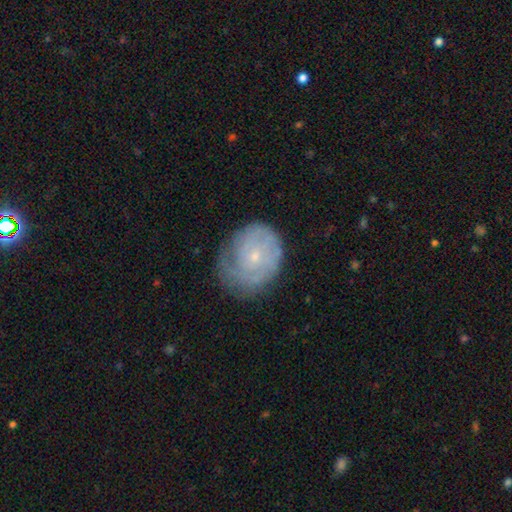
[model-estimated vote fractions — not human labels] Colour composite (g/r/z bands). It shows a featured or disk galaxy (66%) with no bar (81%), tight (70%) spiral arms (85%) and a small central bulge (76%). Merging: none (66%).